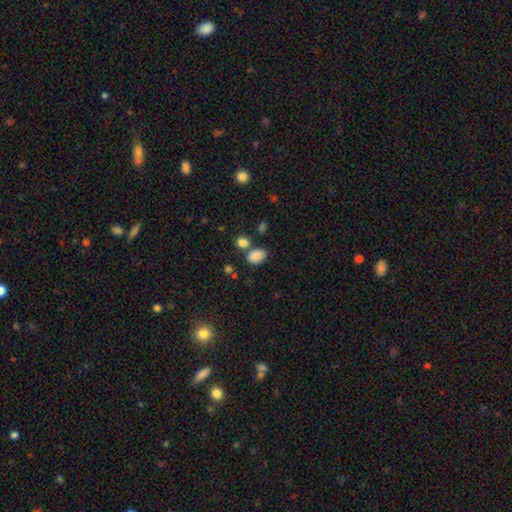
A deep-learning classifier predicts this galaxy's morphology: This appears to be a smooth galaxy with no disk features (85%) that is in between round and cigar-shaped (84%). Merging: none (62%).